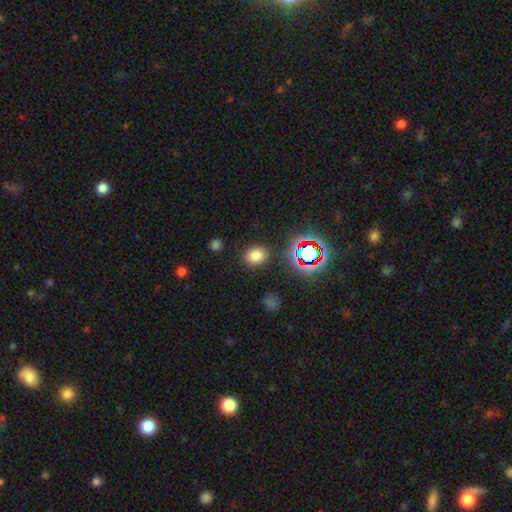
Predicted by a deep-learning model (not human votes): Smooth or featured: smooth — 75% (star or artifact — 18%)
How rounded: in between — 54% (round — 45%)
Merging: none — 85% (minor disturbance — 9%)